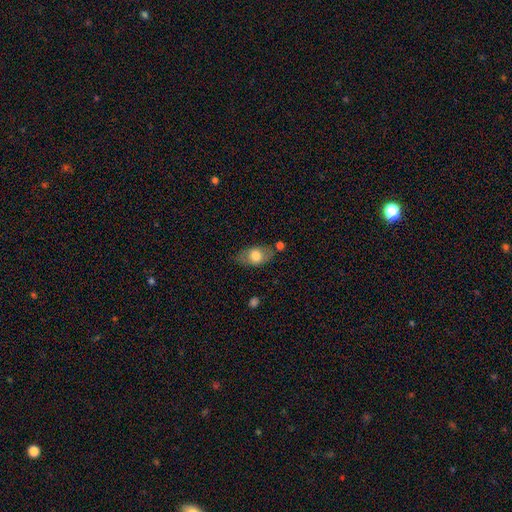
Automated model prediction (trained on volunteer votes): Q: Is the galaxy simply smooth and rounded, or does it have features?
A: smooth — 70%.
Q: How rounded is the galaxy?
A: in between — 85%.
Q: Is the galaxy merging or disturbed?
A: none — 70%.